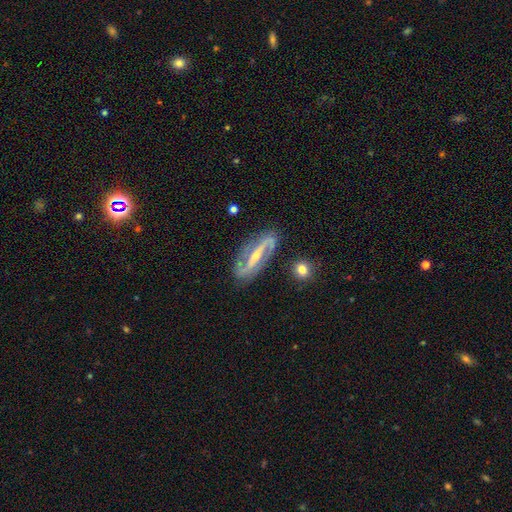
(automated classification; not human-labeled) Morphology: type=featured or disk (89%); edge-on=no (88%); bar=strong (69%); spiral arms=yes (94%); winding=medium (43%); arm count=2 (92%); bulge=small (60%); merging=none (83%).